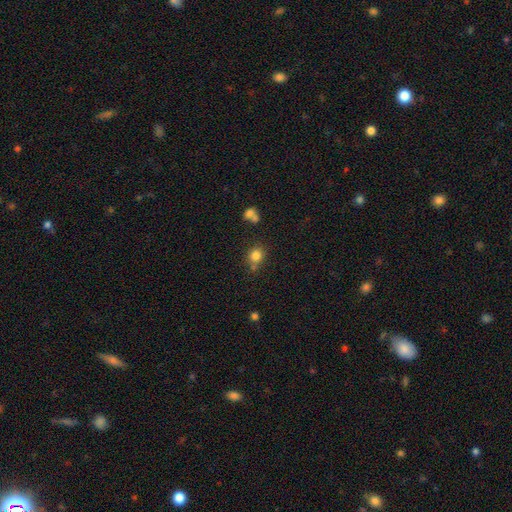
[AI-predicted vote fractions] smooth-or-featured: smooth: 81% | star or artifact: 12% | featured or disk: 7%
  how-rounded: round: 78% | in between: 21% | cigar-shaped: 1%
  merging: none: 66% | merger: 15% | minor disturbance: 14% | major disturbance: 5%